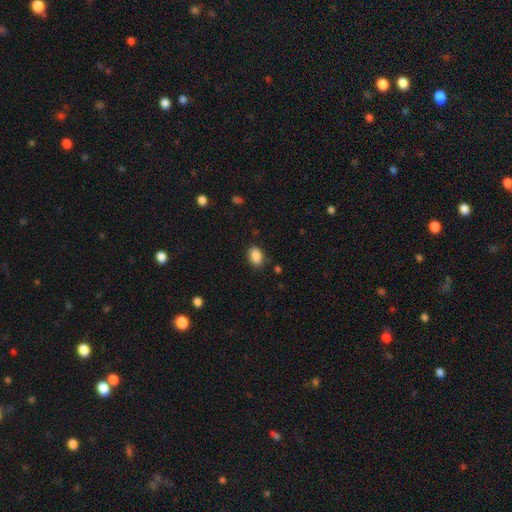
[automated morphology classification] Overall: smooth (88%). How rounded: in between (81%). Merging: none (83%).